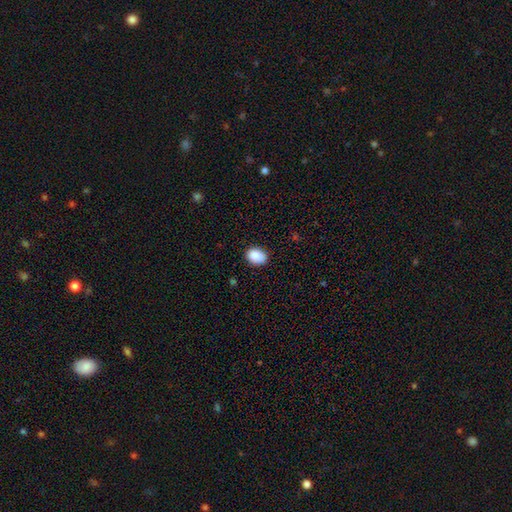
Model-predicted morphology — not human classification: smooth 88%, star or artifact 8%, featured or disk 4%. Down the decision tree: how rounded — in between (67%); merging — none (82%).